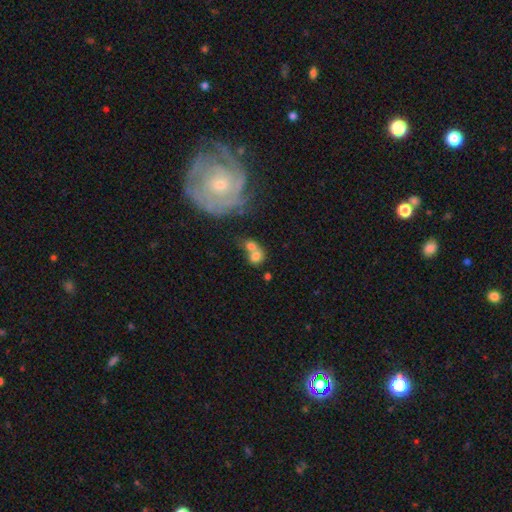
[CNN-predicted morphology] smooth-or-featured: smooth: 70% | featured or disk: 19% | star or artifact: 12%
  how-rounded: round: 68% | in between: 30% | cigar-shaped: 1%
  merging: merger: 57% | none: 29% | minor disturbance: 8% | major disturbance: 6%